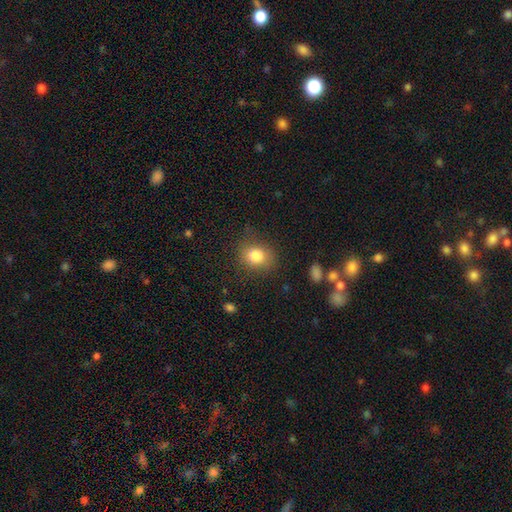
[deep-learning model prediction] Smooth or featured?
  - smooth: 81% *
  - star or artifact: 11%
  - featured or disk: 8%
How rounded?
  - round: 61% *
  - in between: 38%
  - cigar-shaped: 1%
Merging?
  - none: 77% *
  - minor disturbance: 16%
  - major disturbance: 5%
  - merger: 2%